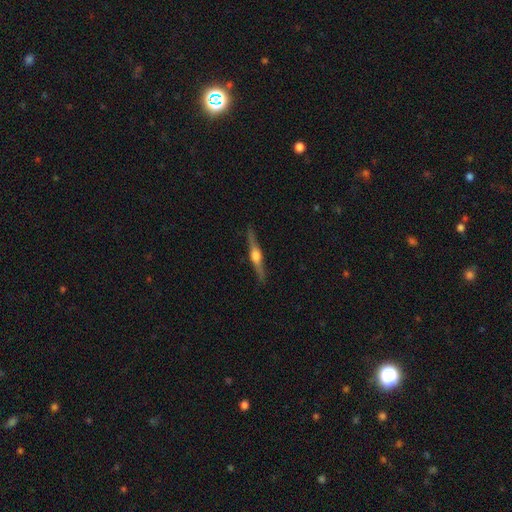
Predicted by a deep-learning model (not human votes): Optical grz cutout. It shows a featured or disk galaxy (81%) viewed edge-on (98%) with a rounded central bulge (93%). Merging: none (91%).